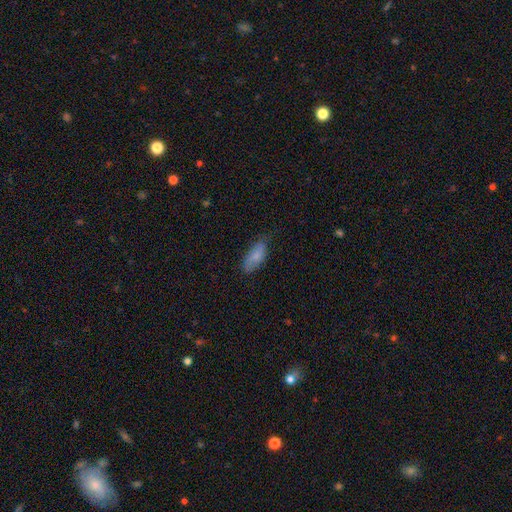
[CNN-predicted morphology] smooth-or-featured: smooth: 79% | featured or disk: 14% | star or artifact: 6%
  how-rounded: in between: 81% | cigar-shaped: 16% | round: 2%
  merging: none: 71% | minor disturbance: 24% | major disturbance: 4% | merger: 1%